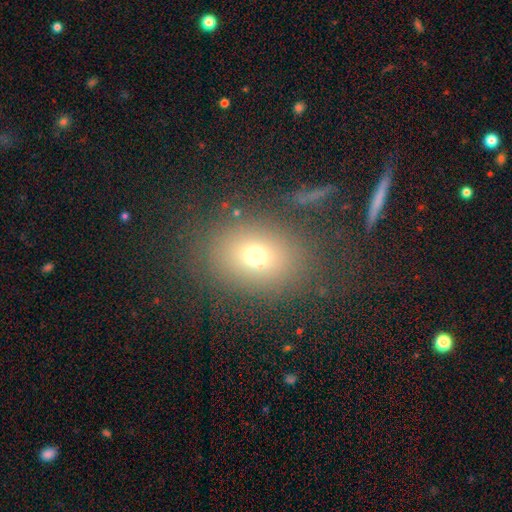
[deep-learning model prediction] Q: Smooth or featured?
A: smooth (68%); runner-up: star or artifact (18%)
Q: How rounded?
A: in between (57%); runner-up: round (42%)
Q: Merging?
A: none (79%); runner-up: minor disturbance (11%)